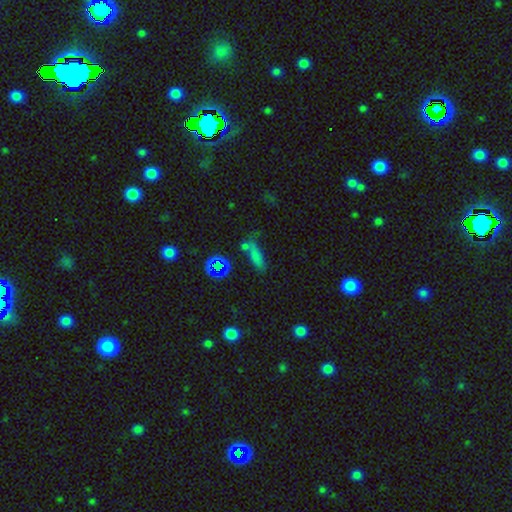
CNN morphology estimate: Smooth or featured? smooth (64%)
How rounded? in between (51%)
Merging? none (52%)